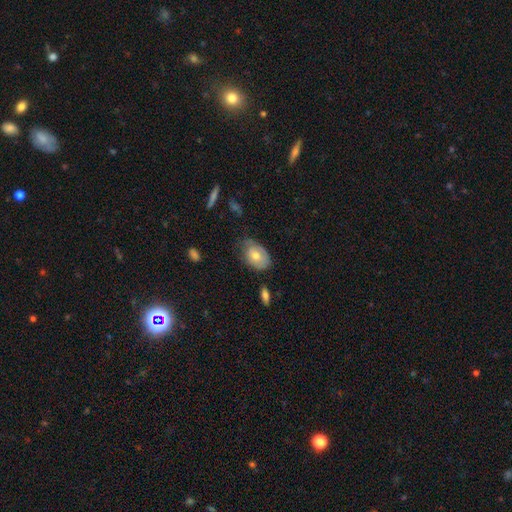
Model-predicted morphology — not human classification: Overall: smooth (59%; featured or disk 34%). How rounded: in between (80%). Merging: none (55%; minor disturbance 33%).